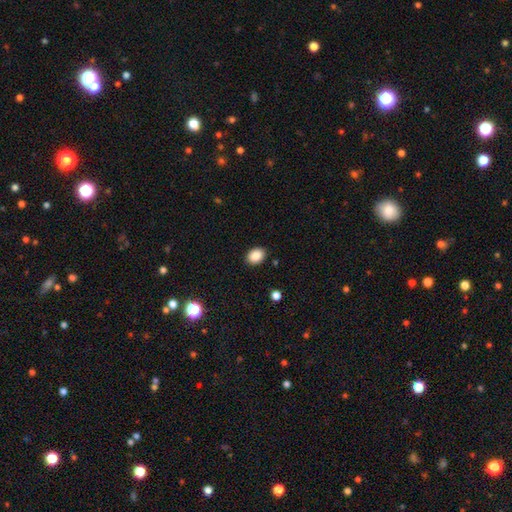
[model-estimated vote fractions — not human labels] A smooth galaxy with no disk features (89%) that is in between round and cigar-shaped (67%).

Vote fractions:
- Smooth or featured? smooth: 89% / star or artifact: 8% / featured or disk: 3%
- How rounded? in between: 67% / round: 32% / cigar-shaped: 1%
- Merging? none: 88% / minor disturbance: 8% / major disturbance: 2% / merger: 1%